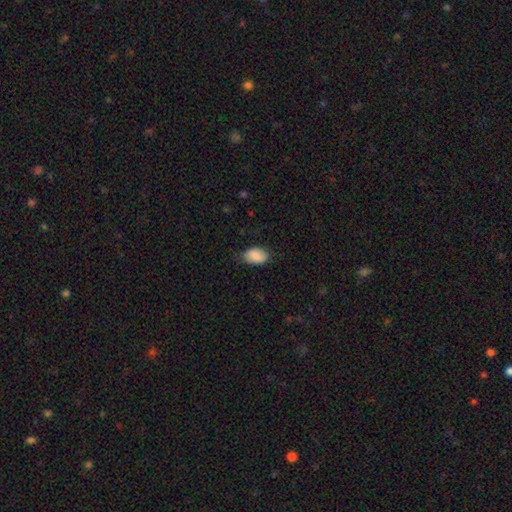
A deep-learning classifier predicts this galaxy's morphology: smooth 86%, featured or disk 7%, star or artifact 6%. Down the decision tree: how rounded — in between (90%); merging — none (76%).